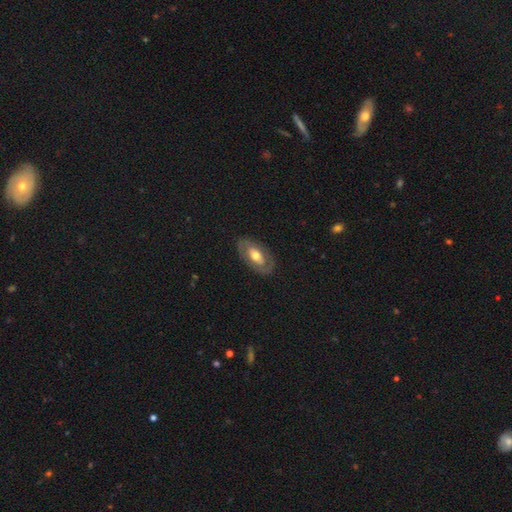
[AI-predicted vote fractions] A featured or disk galaxy (56%).

Vote fractions:
- Smooth or featured? featured or disk: 56% / smooth: 39% / star or artifact: 5%
- Edge-on disk? no: 89% / yes: 11%
- Merging? none: 83% / minor disturbance: 12% / major disturbance: 4% / merger: 1%